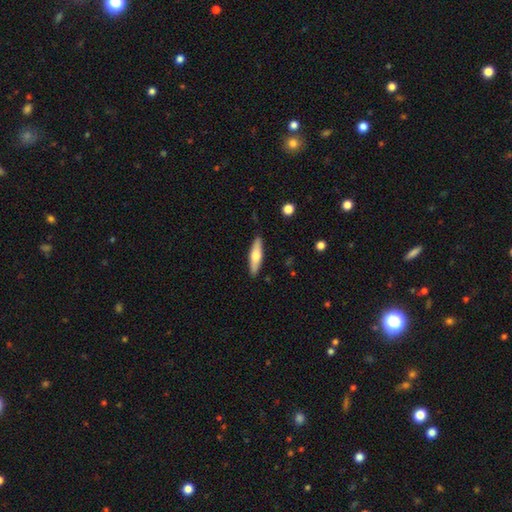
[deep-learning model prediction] The model was most divided on "smooth or featured": smooth: 53%, featured or disk: 42%, star or artifact: 5%. More confident: merging — none (89%); how rounded — cigar-shaped (68%).